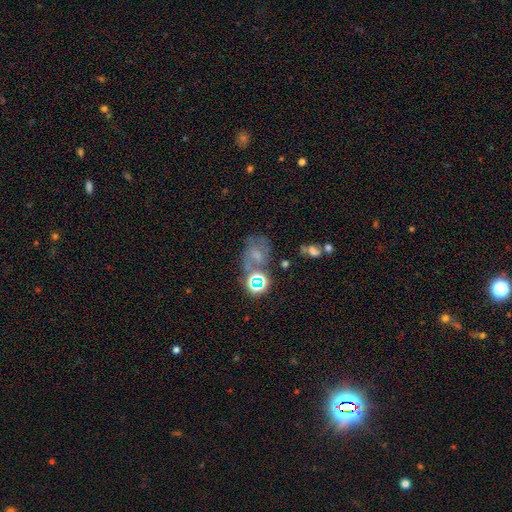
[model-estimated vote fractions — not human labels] Smooth or featured?
  - featured or disk: 35% *
  - star or artifact: 33%
  - smooth: 31%
Merging?
  - none: 45% *
  - merger: 21%
  - minor disturbance: 18%
  - major disturbance: 16%